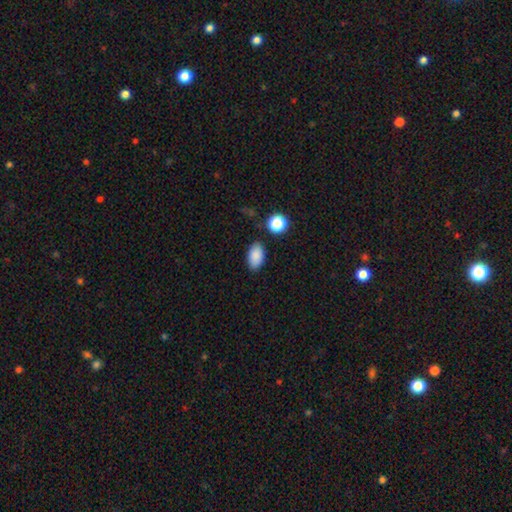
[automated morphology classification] smooth 87%, star or artifact 8%, featured or disk 5%. Down the decision tree: how rounded — in between (92%); merging — none (84%).